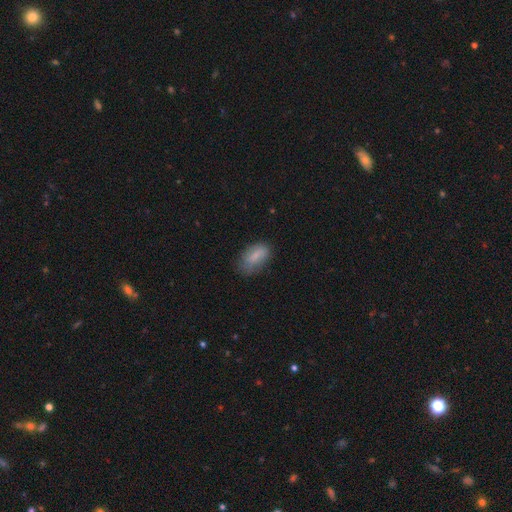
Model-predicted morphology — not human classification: The model was most divided on "merging": none: 64%, minor disturbance: 27%, major disturbance: 8%, merger: 2%. More confident: how rounded — in between (89%); smooth or featured — smooth (77%).